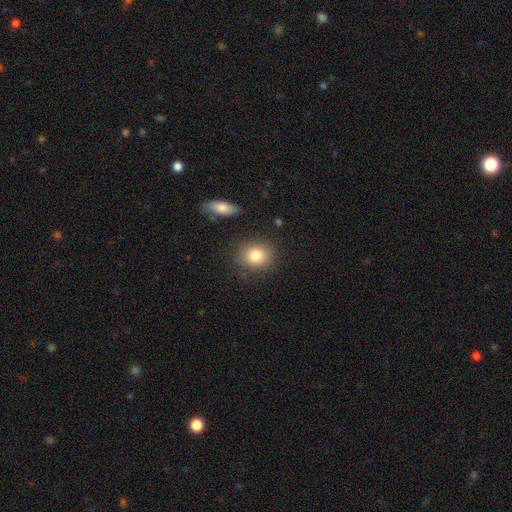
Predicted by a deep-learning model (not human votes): Smooth or featured?
  - smooth: 82% *
  - star or artifact: 9%
  - featured or disk: 8%
How rounded?
  - round: 75% *
  - in between: 24%
  - cigar-shaped: 1%
Merging?
  - none: 83% *
  - minor disturbance: 10%
  - major disturbance: 3%
  - merger: 3%